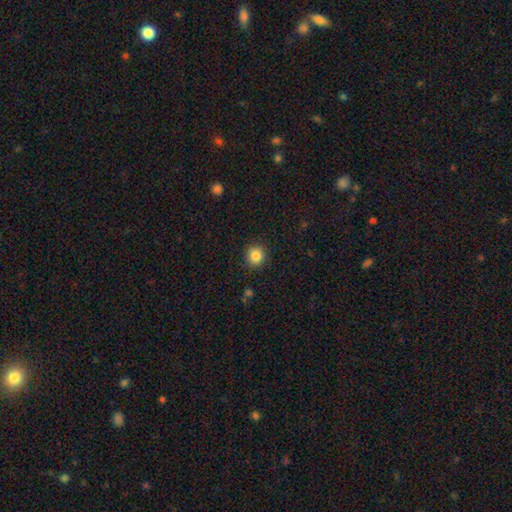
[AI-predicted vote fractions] smooth-or-featured: smooth: 85% | star or artifact: 11% | featured or disk: 4%
  how-rounded: round: 92% | in between: 7% | cigar-shaped: 1%
  merging: none: 90% | minor disturbance: 6% | major disturbance: 2% | merger: 1%